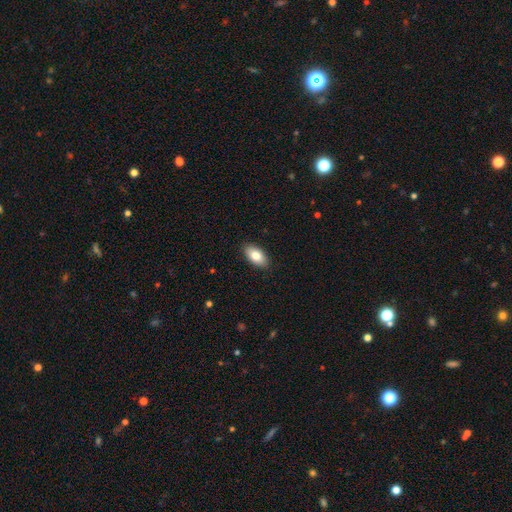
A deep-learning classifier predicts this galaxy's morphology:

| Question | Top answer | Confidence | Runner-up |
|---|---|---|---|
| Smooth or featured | smooth | 81% | featured or disk (12%) |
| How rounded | in between | 93% | cigar-shaped (4%) |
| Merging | none | 89% | minor disturbance (8%) |